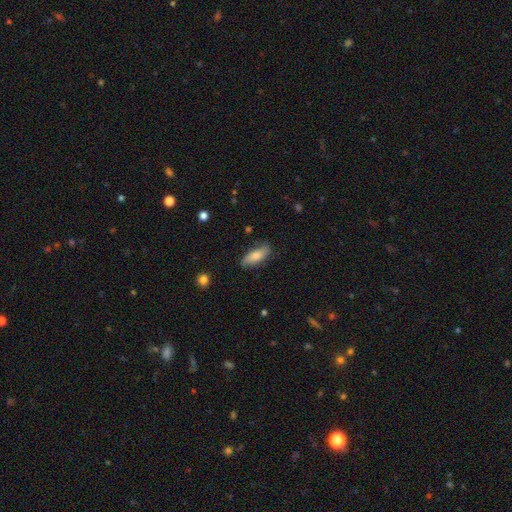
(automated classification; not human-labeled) A smooth galaxy with no disk features (72%) that is in between round and cigar-shaped (74%). Merging: none (75%).